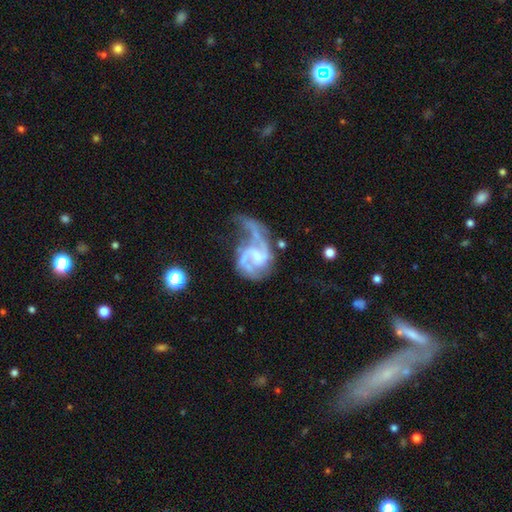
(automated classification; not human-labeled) Smooth or featured? featured or disk (86%)
Edge-on disk? no (98%)
Bar? weak (52%)
Spiral arms? yes (93%)
Spiral winding? medium (44%)
Spiral arm count? 2 (69%)
Bulge size? small (49%)
Merging? major disturbance (50%)